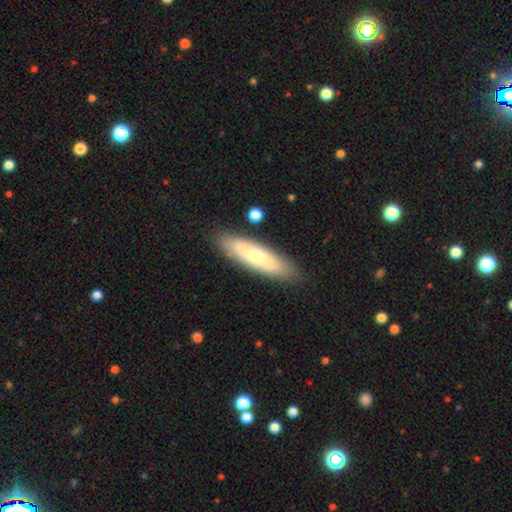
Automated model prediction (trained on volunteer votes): featured or disk 48%, smooth 46%, star or artifact 6%. Down the decision tree: merging — none (84%).